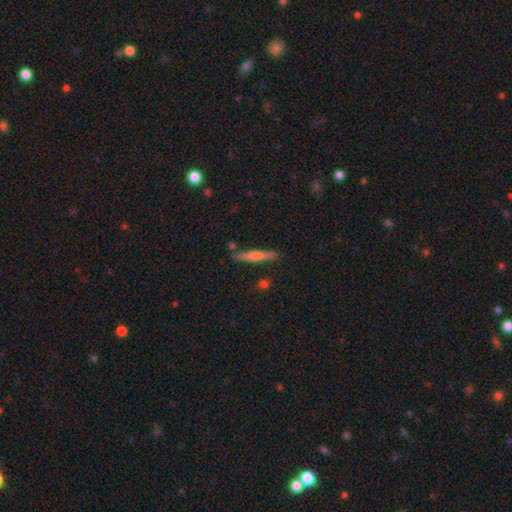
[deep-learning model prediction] This appears to be a featured or disk galaxy (57%) viewed edge-on (96%) with a rounded central bulge (59%). Merging: none (87%).